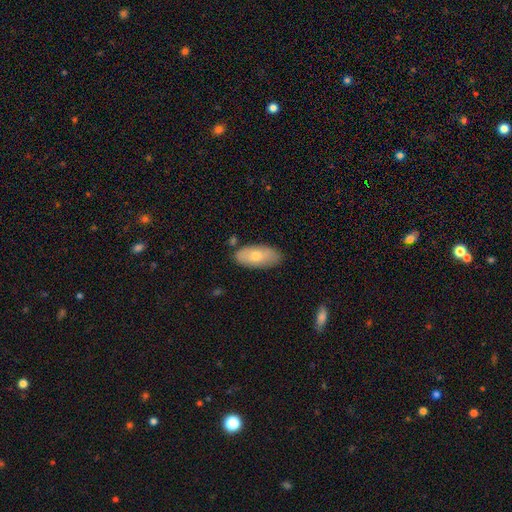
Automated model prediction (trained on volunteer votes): A smooth galaxy with no disk features (67%) that is in between round and cigar-shaped (90%).

Vote fractions:
- Smooth or featured? smooth: 67% / featured or disk: 27% / star or artifact: 7%
- How rounded? in between: 90% / cigar-shaped: 7% / round: 3%
- Merging? none: 79% / minor disturbance: 15% / merger: 3% / major disturbance: 3%